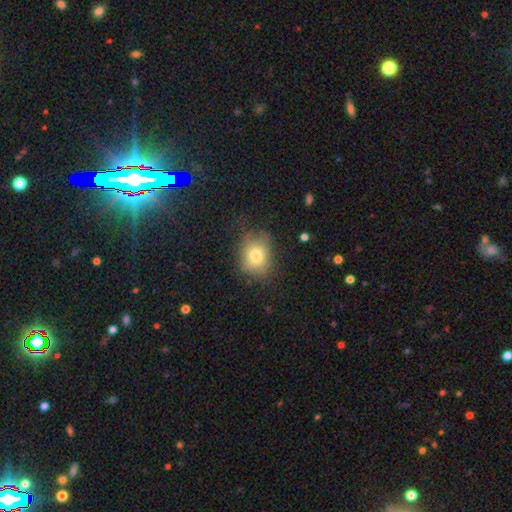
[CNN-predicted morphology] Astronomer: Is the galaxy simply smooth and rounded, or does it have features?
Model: smooth — 76%.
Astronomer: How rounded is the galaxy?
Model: round — 50% (runner-up: in between, 49%).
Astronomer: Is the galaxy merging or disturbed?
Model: none — 65%.